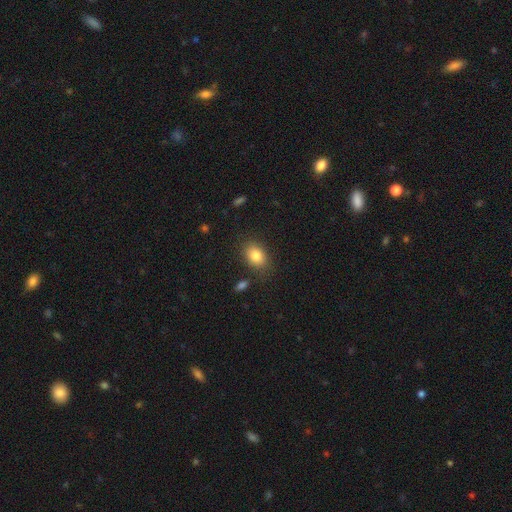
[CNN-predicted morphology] smooth-or-featured: smooth: 83% | star or artifact: 9% | featured or disk: 8%
  how-rounded: in between: 76% | round: 23% | cigar-shaped: 1%
  merging: none: 81% | minor disturbance: 12% | major disturbance: 4% | merger: 3%